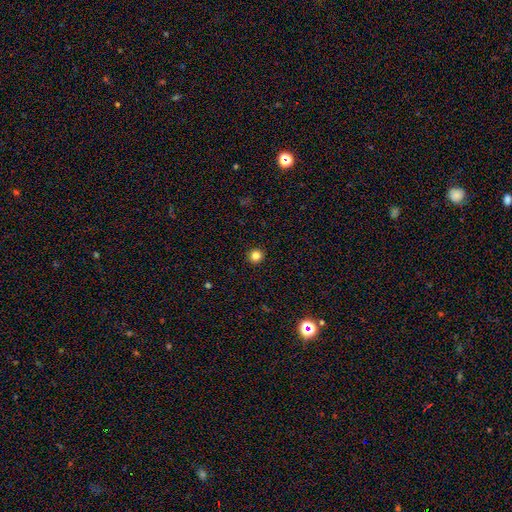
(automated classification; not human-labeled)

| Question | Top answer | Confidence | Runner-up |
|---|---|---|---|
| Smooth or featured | smooth | 83% | star or artifact (12%) |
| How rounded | round | 92% | in between (7%) |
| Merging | none | 93% | minor disturbance (4%) |